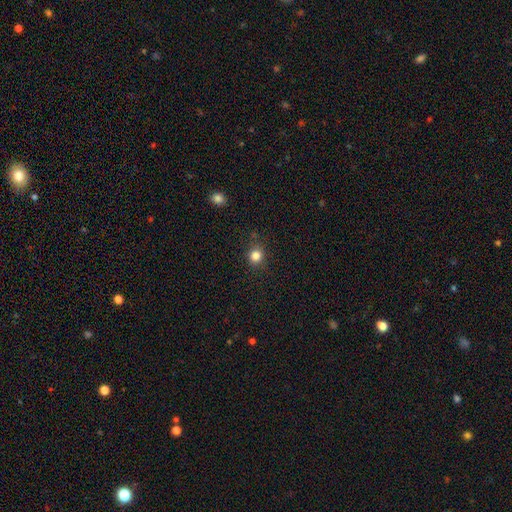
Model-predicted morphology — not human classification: Smooth or featured: smooth — 83% (star or artifact — 13%)
How rounded: round — 82% (in between — 17%)
Merging: none — 84% (minor disturbance — 11%)